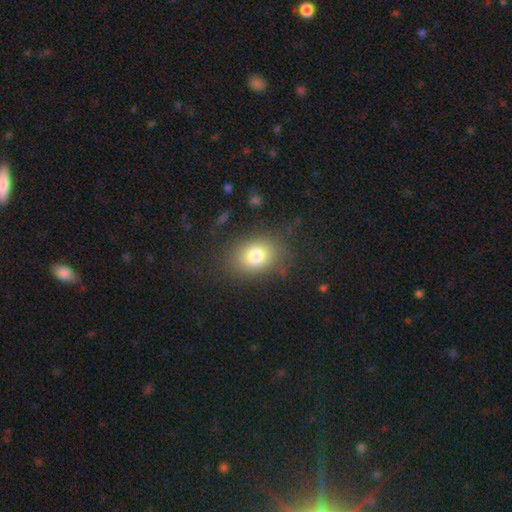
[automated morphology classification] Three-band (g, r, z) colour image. It shows a smooth galaxy with no disk features (79%) that is in between round and cigar-shaped (62%). Merging: none (81%).